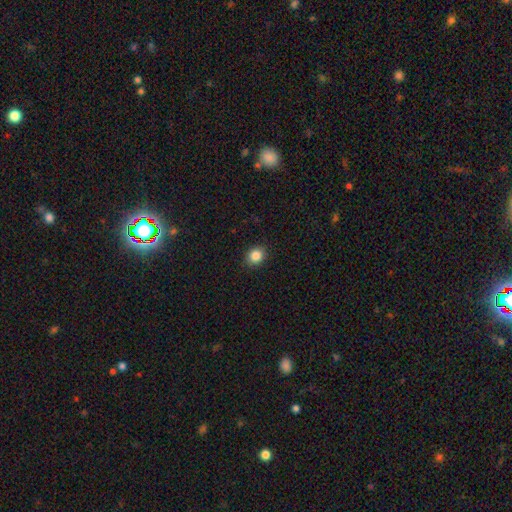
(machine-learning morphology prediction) A smooth galaxy with no disk features (85%) that is round (69%). Merging: none (90%).